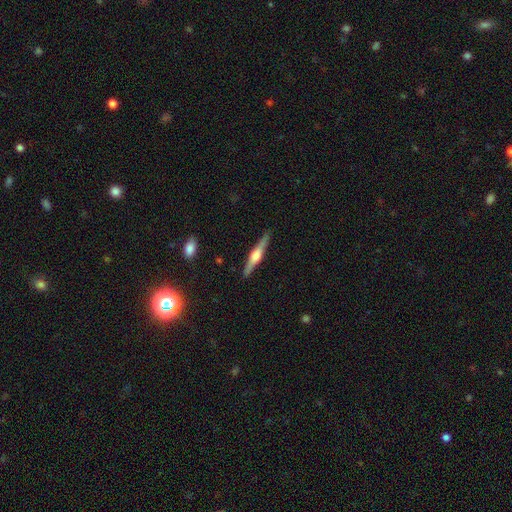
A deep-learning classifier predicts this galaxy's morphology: A featured or disk galaxy (72%) viewed edge-on (98%) with a rounded central bulge (83%). Merging: none (90%).